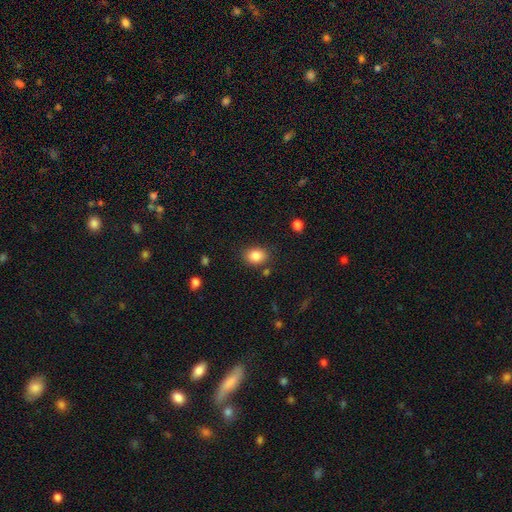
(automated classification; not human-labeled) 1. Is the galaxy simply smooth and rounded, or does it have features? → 85% smooth, 9% star or artifact, 6% featured or disk.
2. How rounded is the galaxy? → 67% in between, 32% round, 1% cigar-shaped.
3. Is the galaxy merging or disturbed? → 83% none, 11% minor disturbance, 3% merger, 3% major disturbance.